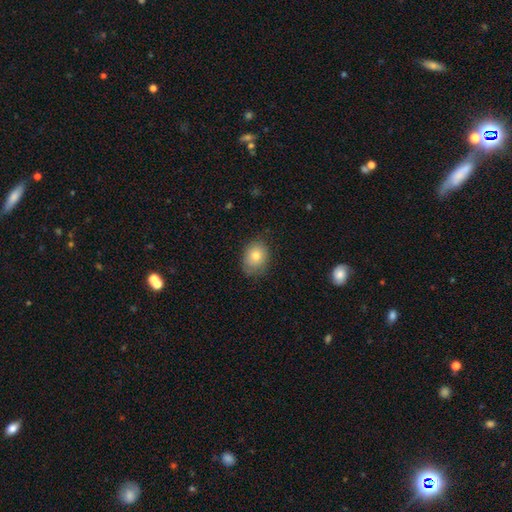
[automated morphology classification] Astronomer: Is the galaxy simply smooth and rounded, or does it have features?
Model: smooth — 79%.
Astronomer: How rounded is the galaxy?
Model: in between — 53% (runner-up: round, 46%).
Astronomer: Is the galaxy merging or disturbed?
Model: none — 76%.